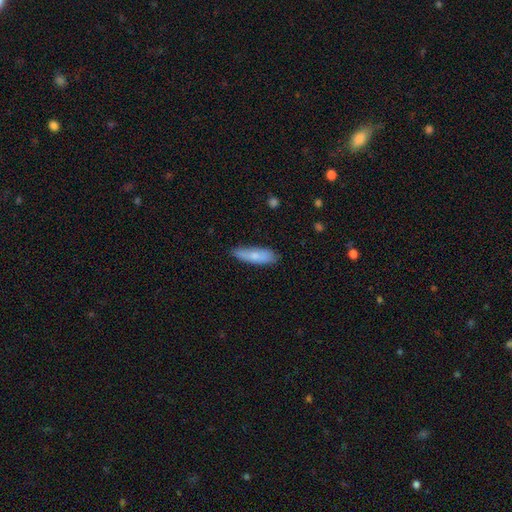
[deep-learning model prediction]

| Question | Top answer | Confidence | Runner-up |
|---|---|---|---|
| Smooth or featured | smooth | 75% | featured or disk (19%) |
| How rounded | cigar-shaped | 59% | in between (39%) |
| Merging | none | 77% | minor disturbance (18%) |